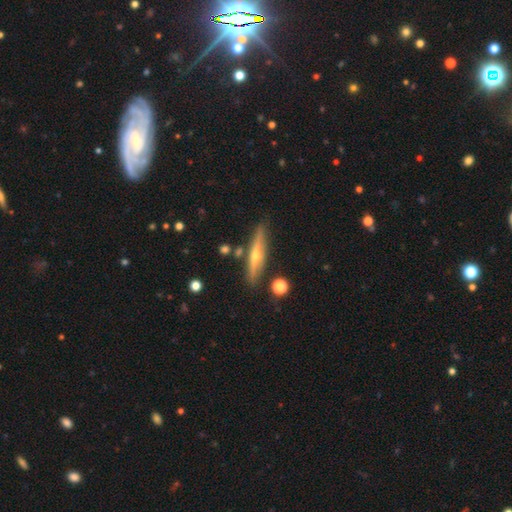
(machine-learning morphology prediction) The model was most divided on "smooth or featured": featured or disk: 66%, smooth: 27%, star or artifact: 7%. More confident: edge-on disk — yes (94%); edge-on bulge — rounded (85%); merging — none (85%).